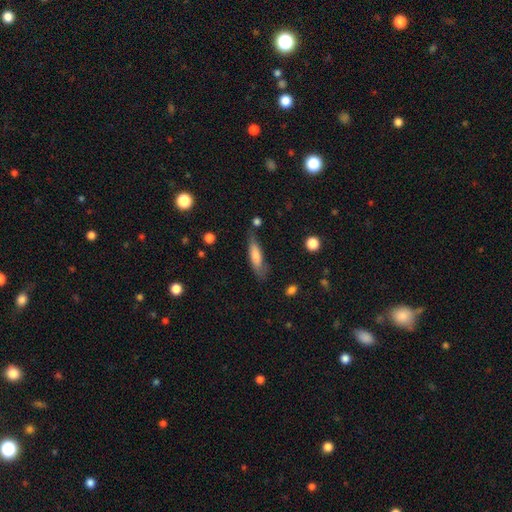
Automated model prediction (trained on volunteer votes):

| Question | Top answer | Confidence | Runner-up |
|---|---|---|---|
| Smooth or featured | smooth | 74% | featured or disk (20%) |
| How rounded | cigar-shaped | 64% | in between (35%) |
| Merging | none | 66% | minor disturbance (24%) |